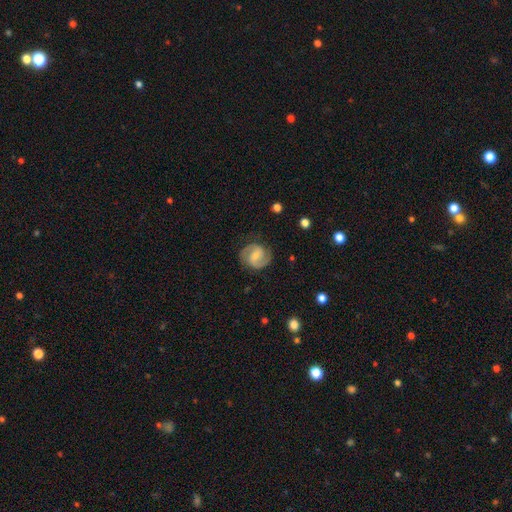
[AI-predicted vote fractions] A featured or disk galaxy (83%) with a weak bar (50%), 2 (91%) medium (51%) spiral arms (96%) and a small central bulge (55%). Merging: none (82%).